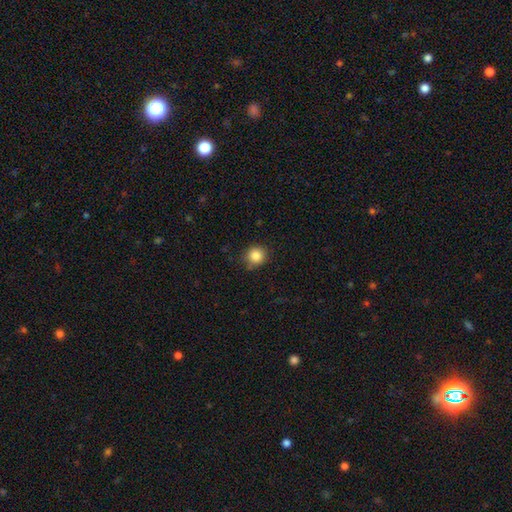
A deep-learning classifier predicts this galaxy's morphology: This appears to be a smooth galaxy with no disk features (86%) that is round (91%). Merging: none (83%).